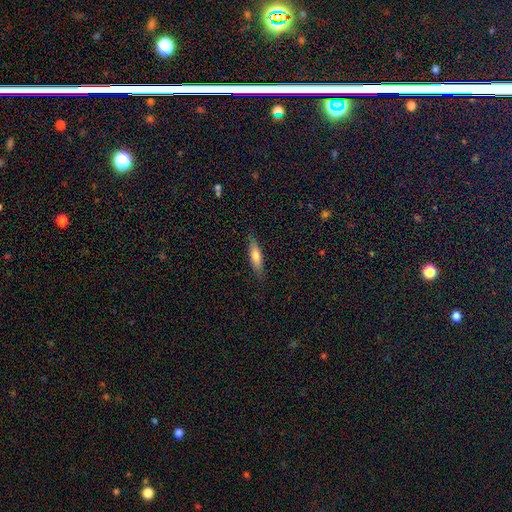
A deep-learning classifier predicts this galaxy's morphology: Smooth or featured: smooth — 67% (featured or disk — 26%)
How rounded: cigar-shaped — 69% (in between — 29%)
Merging: none — 84% (minor disturbance — 12%)